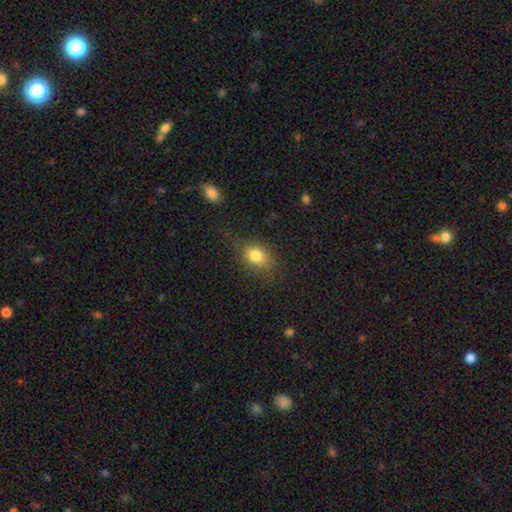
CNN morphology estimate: A smooth galaxy with no disk features (80%) that is in between round and cigar-shaped (65%). Merging: none (73%).